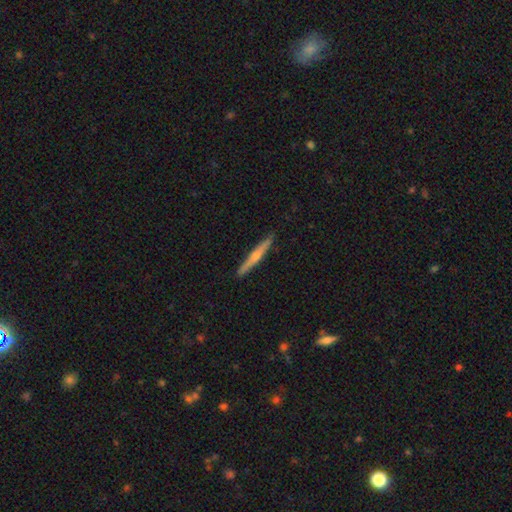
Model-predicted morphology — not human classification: Smooth or featured: featured or disk — 60% (smooth — 34%)
Edge-on disk: yes — 97% (no — 3%)
Edge-on bulge: rounded — 80% (none — 16%)
Merging: none — 91% (minor disturbance — 7%)